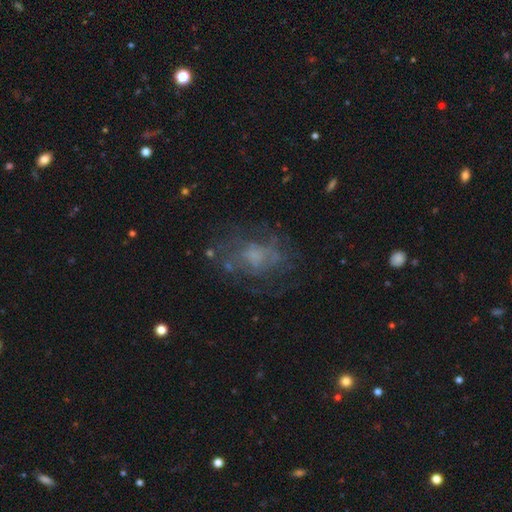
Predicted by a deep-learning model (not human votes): Q: Smooth or featured?
A: featured or disk (49%); runner-up: smooth (34%)
Q: Merging?
A: none (60%); runner-up: minor disturbance (19%)